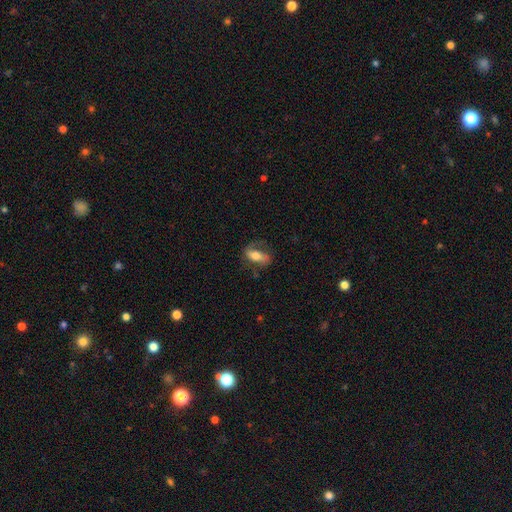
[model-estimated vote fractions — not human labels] A smooth galaxy with no disk features (53%) that is in between round and cigar-shaped (77%). Merging: none (60%).